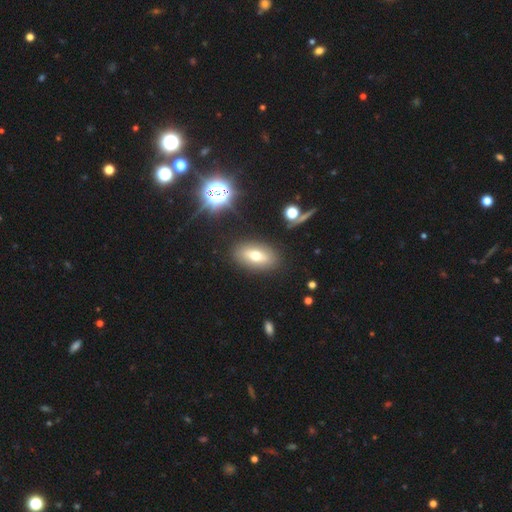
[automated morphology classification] Smooth or featured? smooth (63%)
How rounded? in between (85%)
Merging? none (86%)